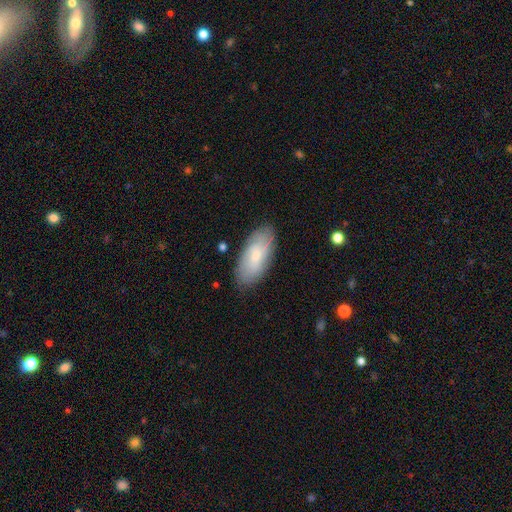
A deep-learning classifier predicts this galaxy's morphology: smooth 61%, featured or disk 33%, star or artifact 7%. Down the decision tree: how rounded — in between (89%); merging — none (82%).